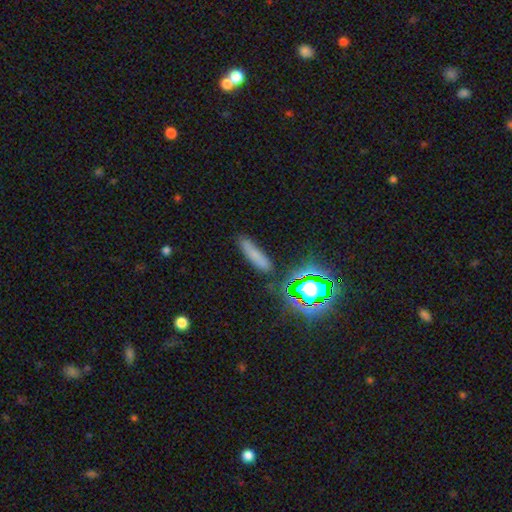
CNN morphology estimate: type=smooth (65%); roundness=cigar-shaped (76%); merging=none (77%).